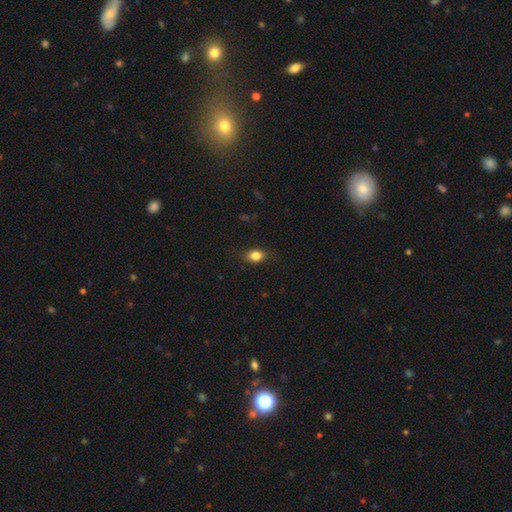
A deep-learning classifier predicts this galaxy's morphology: Smooth or featured? Predicted: smooth (p=0.82). How rounded? Predicted: in between (p=0.70). Merging? Predicted: none (p=0.80).